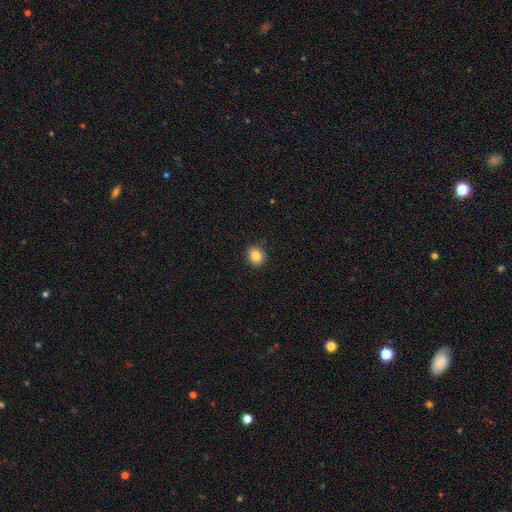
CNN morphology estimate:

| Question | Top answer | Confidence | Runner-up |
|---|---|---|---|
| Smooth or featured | smooth | 84% | star or artifact (10%) |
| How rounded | round | 72% | in between (27%) |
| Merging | none | 90% | minor disturbance (7%) |